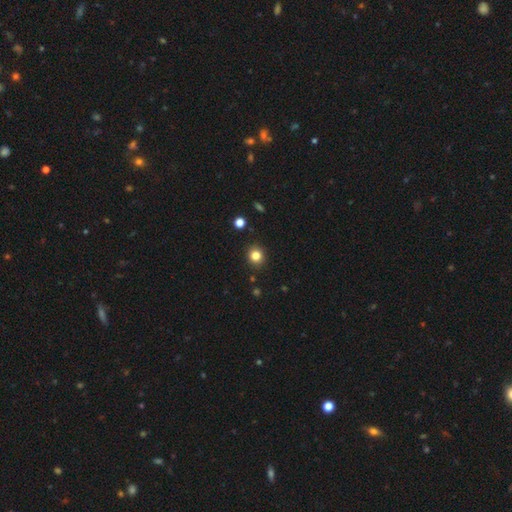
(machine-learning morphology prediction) The model was most divided on "smooth or featured": smooth: 82%, star or artifact: 13%, featured or disk: 6%. More confident: merging — none (91%); how rounded — round (88%).